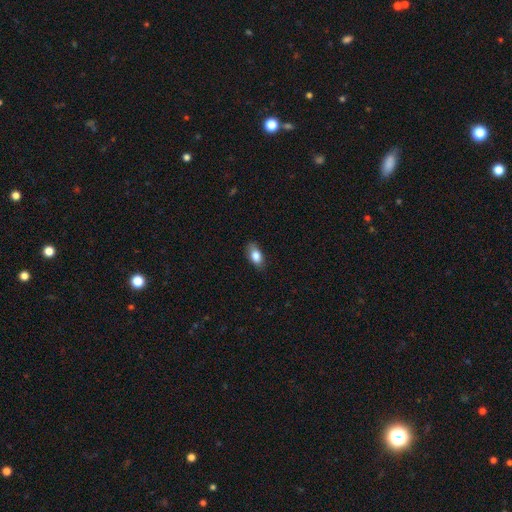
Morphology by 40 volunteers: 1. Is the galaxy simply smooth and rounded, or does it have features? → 92% smooth, 8% featured or disk, 0% star or artifact.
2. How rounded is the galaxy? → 62% in between, 24% cigar-shaped, 14% round.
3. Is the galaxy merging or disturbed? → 80% none, 12% minor disturbance, 8% major disturbance, 0% merger.